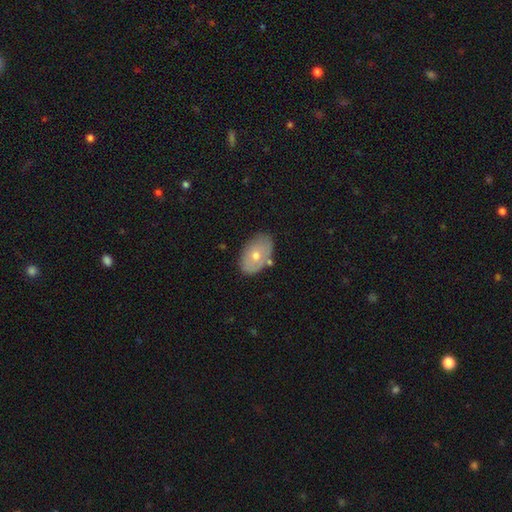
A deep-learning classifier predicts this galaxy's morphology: A smooth galaxy with no disk features (60%) that is in between round and cigar-shaped (89%).

Vote fractions:
- Smooth or featured? smooth: 60% / featured or disk: 33% / star or artifact: 7%
- How rounded? in between: 89% / round: 10% / cigar-shaped: 1%
- Merging? none: 76% / minor disturbance: 16% / merger: 5% / major disturbance: 3%